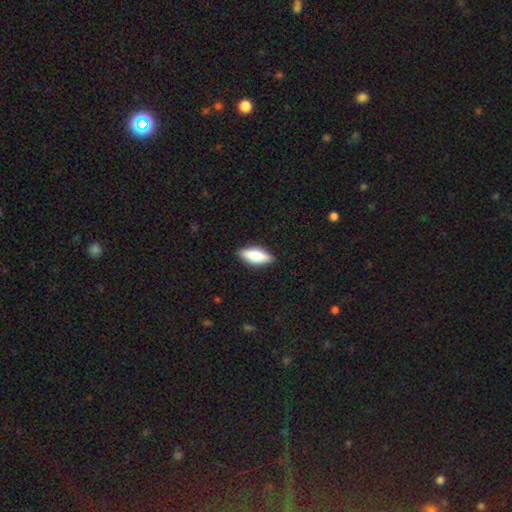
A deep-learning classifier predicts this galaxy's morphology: smooth 69%, featured or disk 25%, star or artifact 6%. Down the decision tree: how rounded — in between (71%); merging — none (87%).